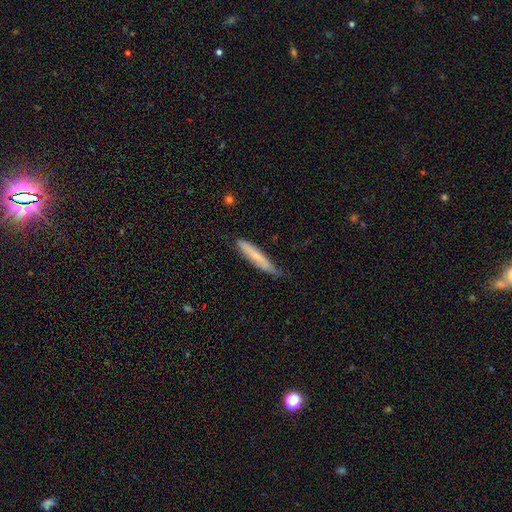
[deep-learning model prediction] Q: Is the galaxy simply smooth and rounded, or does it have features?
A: smooth — 65%.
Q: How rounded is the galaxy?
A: cigar-shaped — 89%.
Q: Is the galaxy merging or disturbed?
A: none — 66%.